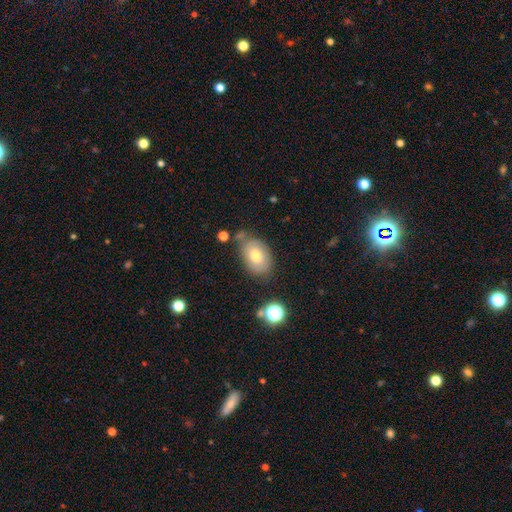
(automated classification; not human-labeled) A smooth galaxy with no disk features (64%) that is in between round and cigar-shaped (84%).

Vote fractions:
- Smooth or featured? smooth: 64% / featured or disk: 27% / star or artifact: 9%
- How rounded? in between: 84% / round: 15% / cigar-shaped: 1%
- Merging? none: 62% / minor disturbance: 24% / merger: 7% / major disturbance: 7%